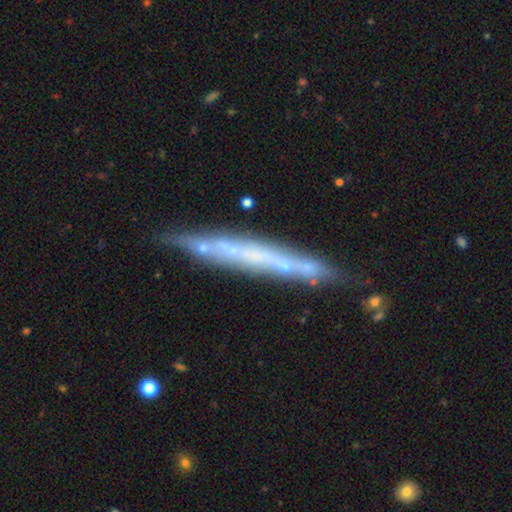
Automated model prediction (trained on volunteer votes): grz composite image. It shows a featured or disk galaxy (62%) viewed edge-on (90%) with no central bulge (86%). Merging: none (78%).